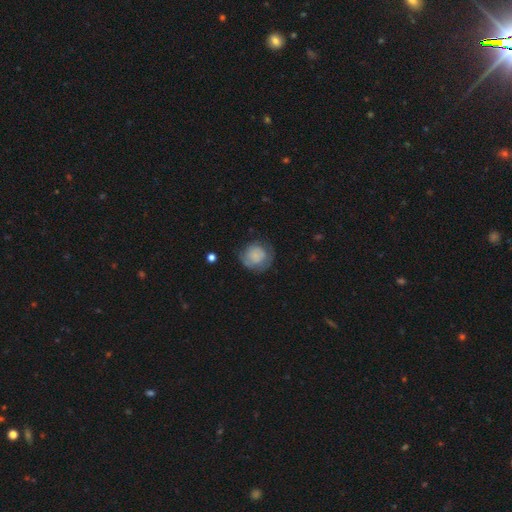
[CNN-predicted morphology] This appears to be a smooth galaxy with no disk features (62%) that is round (86%). Merging: none (61%).